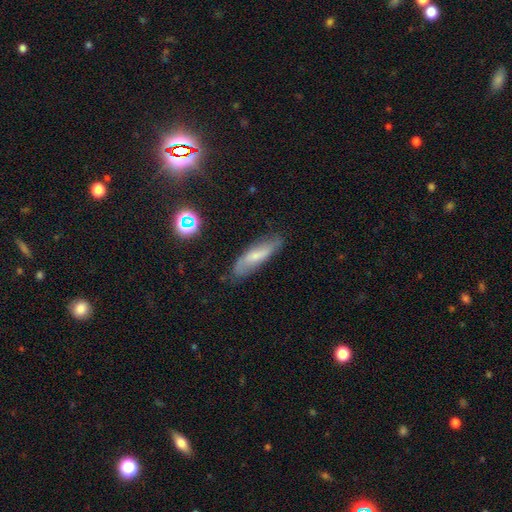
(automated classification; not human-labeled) A smooth galaxy with no disk features (52%) that is cigar-shaped (59%). Merging: none (74%).